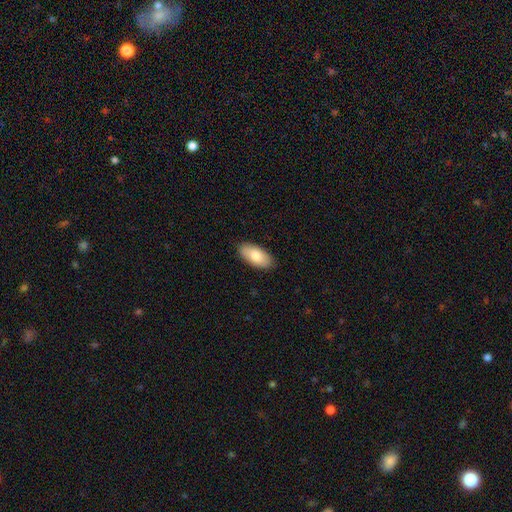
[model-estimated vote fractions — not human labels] The model was most divided on "smooth or featured": smooth: 84%, featured or disk: 11%, star or artifact: 6%. More confident: how rounded — in between (92%); merging — none (88%).